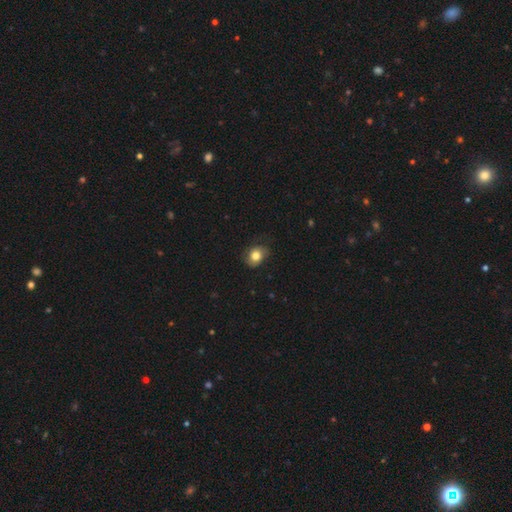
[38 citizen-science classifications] smooth 84%, featured or disk 11%, star or artifact 5%. Down the decision tree: how rounded — in between (62%); merging — none (75%).